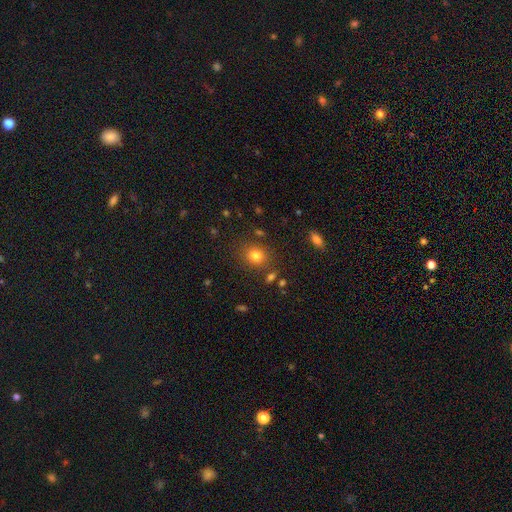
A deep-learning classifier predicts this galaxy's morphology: Smooth or featured? Predicted: smooth (p=0.79). How rounded? Predicted: round (p=0.72). Merging? Predicted: none (p=0.81).